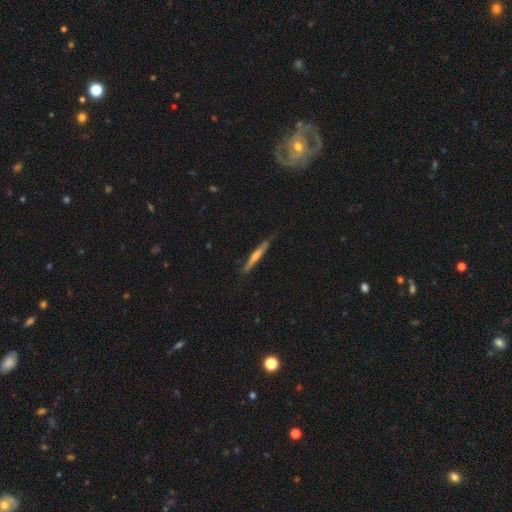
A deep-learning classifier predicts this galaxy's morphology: featured or disk 65%, smooth 29%, star or artifact 6%. Down the decision tree: edge-on disk — yes (96%); edge-on bulge — rounded (62%); merging — none (84%).